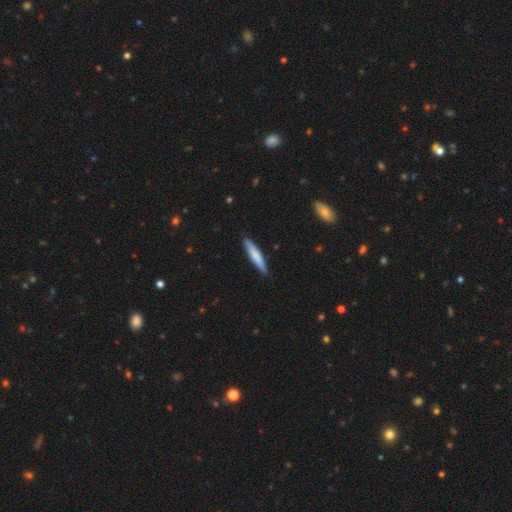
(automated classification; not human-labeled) This is likely a smooth galaxy (71%). How rounded: clearly cigar-shaped (91%). Merging: clearly none (87%).